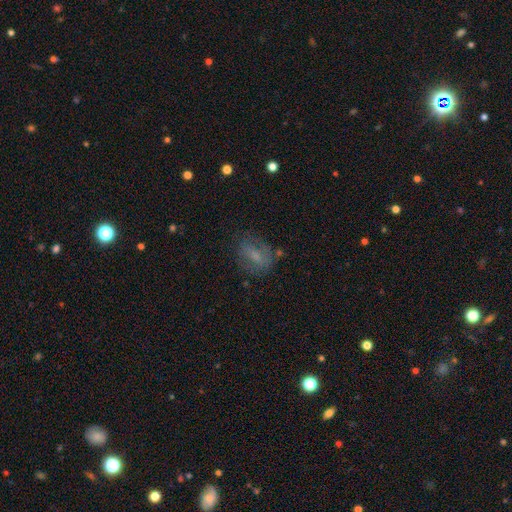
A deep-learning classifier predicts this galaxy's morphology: smooth 54%, featured or disk 33%, star or artifact 12%. Down the decision tree: how rounded — in between (62%); merging — none (64%).